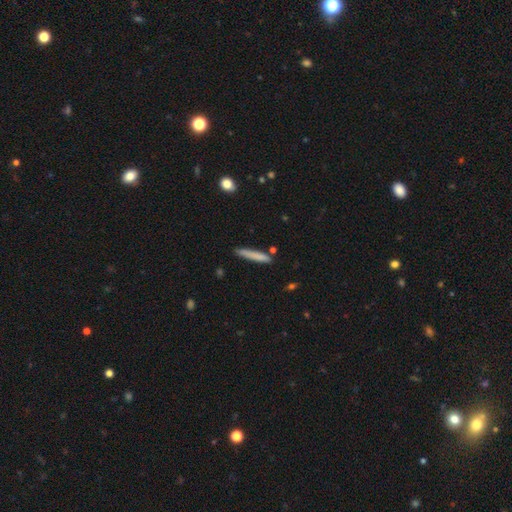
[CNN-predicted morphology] Smooth or featured? Predicted: smooth (p=0.77). How rounded? Predicted: cigar-shaped (p=0.95). Merging? Predicted: none (p=0.83).